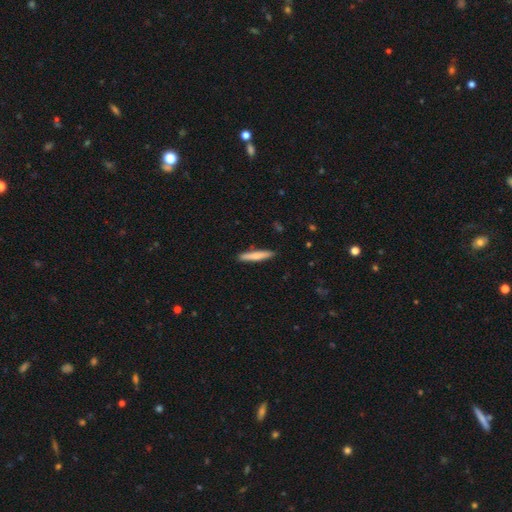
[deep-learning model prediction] smooth 73%, featured or disk 22%, star or artifact 6%. Down the decision tree: how rounded — cigar-shaped (91%); merging — none (89%).